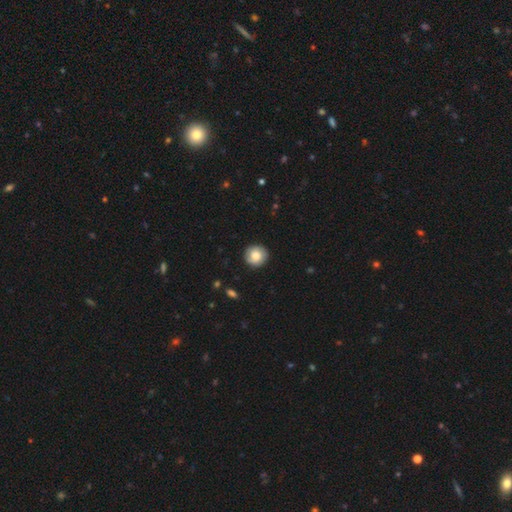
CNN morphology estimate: Smooth or featured: smooth — 78% (featured or disk — 15%)
How rounded: round — 93% (in between — 6%)
Merging: none — 88% (minor disturbance — 9%)